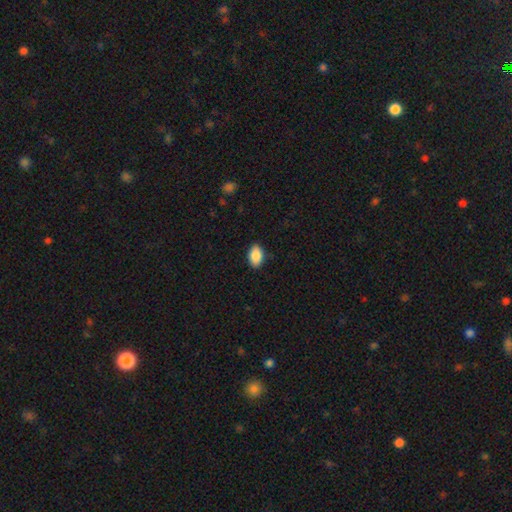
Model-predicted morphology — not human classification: The model was most divided on "merging": none: 87%, minor disturbance: 10%, major disturbance: 2%, merger: 1%. More confident: how rounded — in between (90%); smooth or featured — smooth (88%).